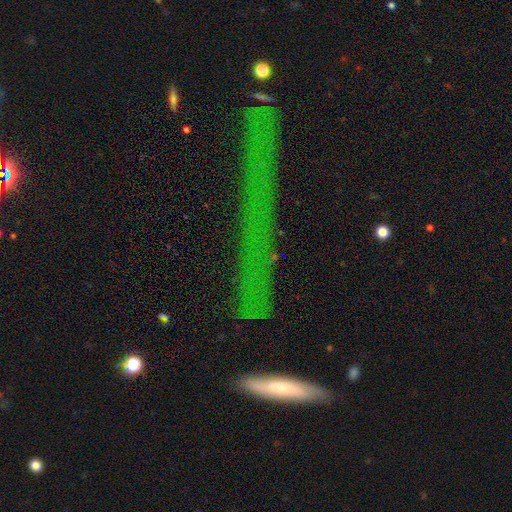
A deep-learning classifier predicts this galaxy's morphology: Smooth or featured? Predicted: star or artifact (p=0.39).